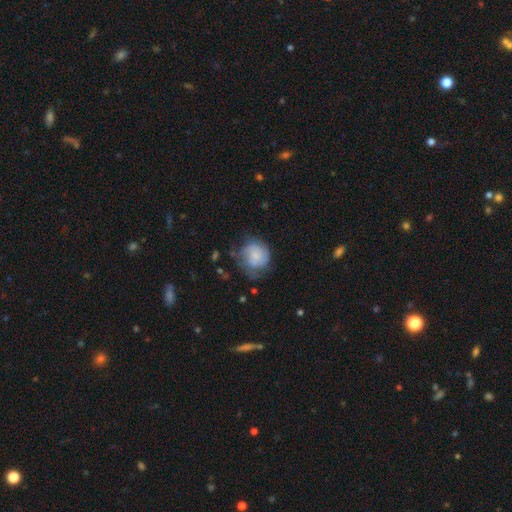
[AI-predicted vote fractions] Morphology: type=featured or disk (55%); edge-on=no (98%); bar=no (70%); spiral arms=yes (86%); bulge=small (53%); merging=none (56%).